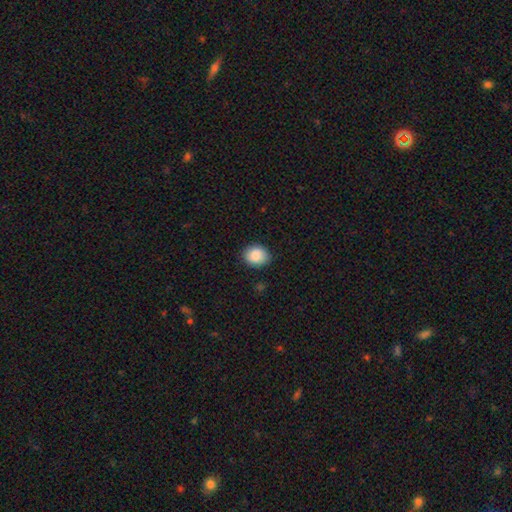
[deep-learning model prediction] Morphology: type=smooth (87%); roundness=round (50%); merging=none (86%).